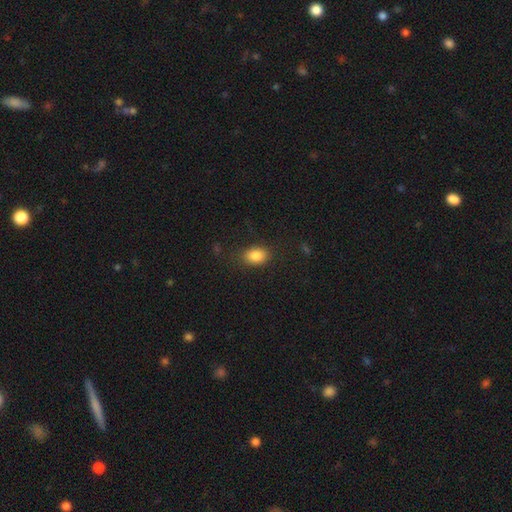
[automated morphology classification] Smooth or featured: smooth — 85% (star or artifact — 9%)
How rounded: in between — 80% (round — 18%)
Merging: none — 81% (minor disturbance — 13%)